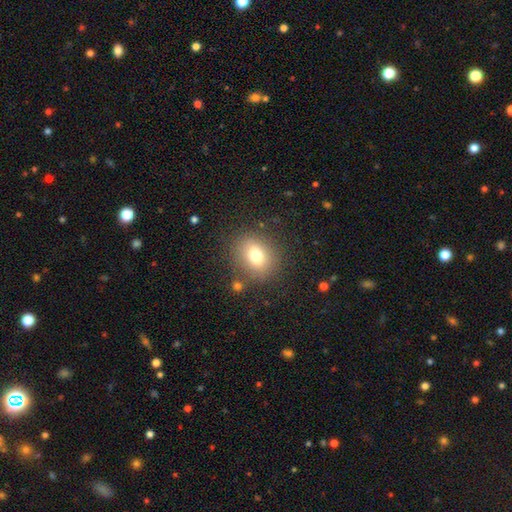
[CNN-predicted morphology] This appears to be a smooth galaxy with no disk features (75%) that is round (60%). Merging: none (81%).